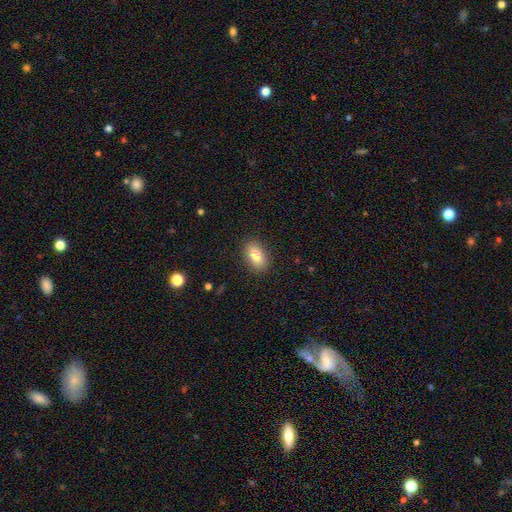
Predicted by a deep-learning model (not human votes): Smooth or featured? Predicted: smooth (p=0.81). How rounded? Predicted: in between (p=0.88). Merging? Predicted: none (p=0.88).